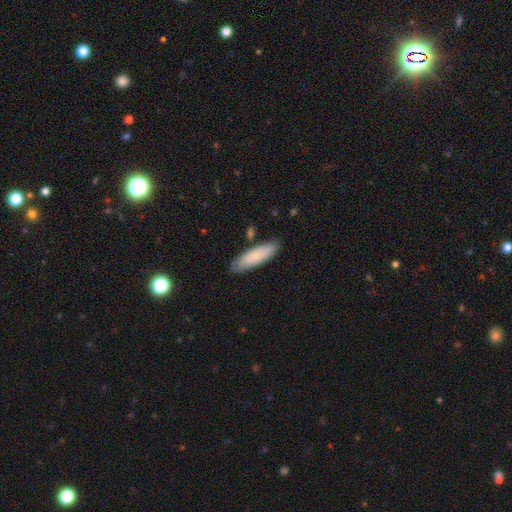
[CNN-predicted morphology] A smooth galaxy with no disk features (83%) that is cigar-shaped (62%).

Vote fractions:
- Smooth or featured? smooth: 83% / featured or disk: 11% / star or artifact: 6%
- How rounded? cigar-shaped: 62% / in between: 37% / round: 1%
- Merging? none: 83% / minor disturbance: 12% / merger: 3% / major disturbance: 2%